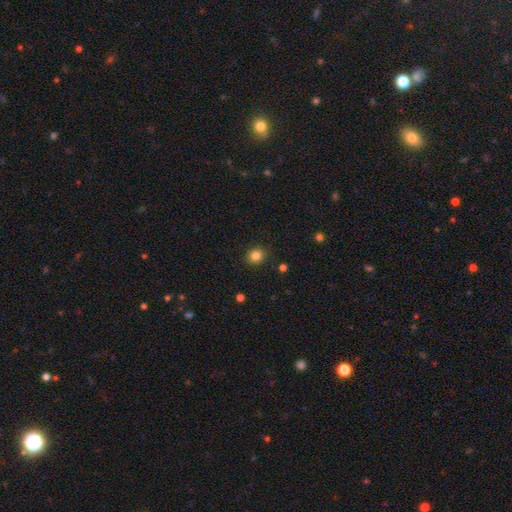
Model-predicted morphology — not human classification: This is clearly a smooth galaxy (83%). How rounded: likely round (76%). Merging: clearly none (89%).